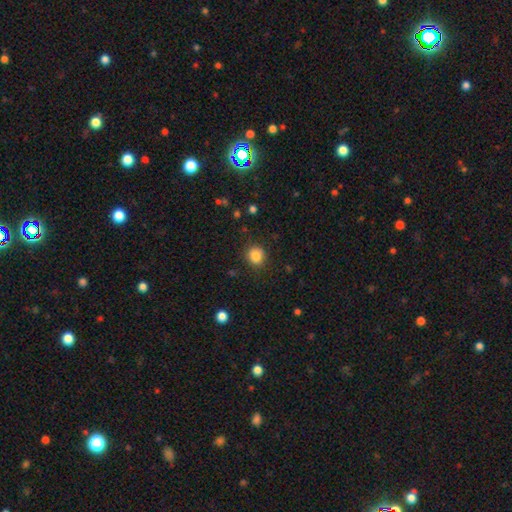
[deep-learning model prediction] smooth_or_featured: smooth (p=0.83) [alt: star or artifact p=0.10]
how_rounded: round (p=0.82) [alt: in between p=0.17]
merging: none (p=0.86) [alt: minor disturbance p=0.10]